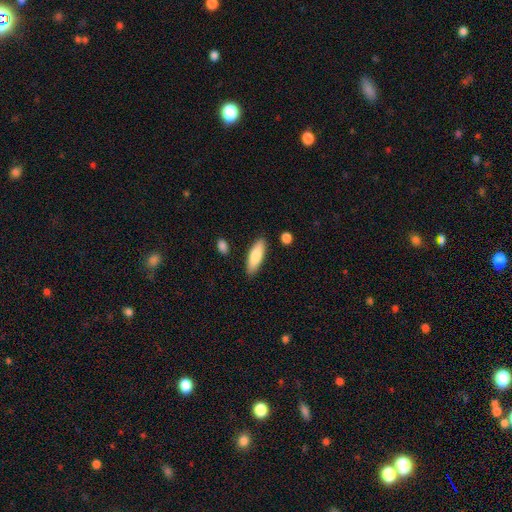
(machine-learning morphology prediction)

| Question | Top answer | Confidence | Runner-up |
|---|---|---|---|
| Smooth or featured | smooth | 81% | featured or disk (13%) |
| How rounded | in between | 54% | cigar-shaped (45%) |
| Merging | none | 86% | minor disturbance (9%) |